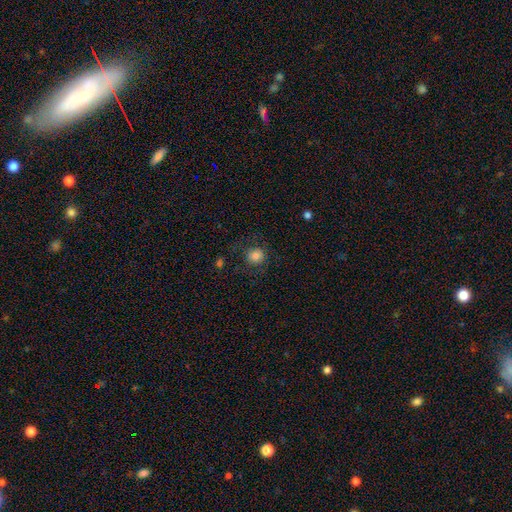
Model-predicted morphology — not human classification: A smooth galaxy with no disk features (80%) that is round (90%). Merging: none (79%).